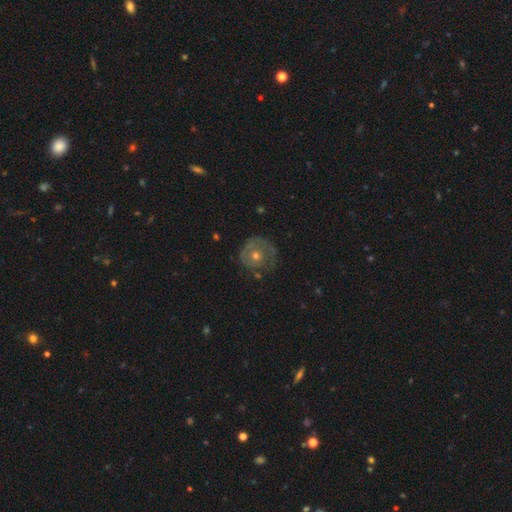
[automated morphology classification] Smooth or featured? featured or disk (56%)
Edge-on disk? no (97%)
Bar? no (89%)
Spiral arms? no (51%)
Bulge size? moderate (59%)
Merging? none (66%)